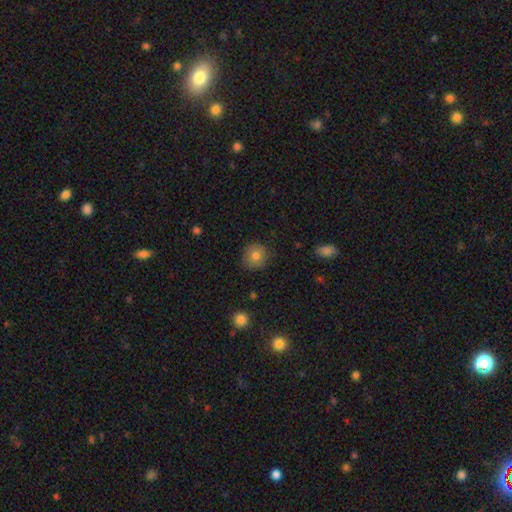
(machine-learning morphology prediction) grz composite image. It shows a smooth galaxy with no disk features (80%) that is round (90%). Merging: none (86%).